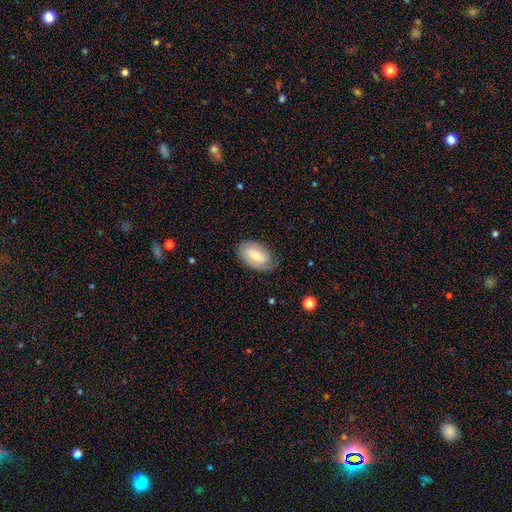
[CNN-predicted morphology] smooth-or-featured: featured or disk: 58% | smooth: 36% | star or artifact: 6%
  disk-edge-on: no: 94% | yes: 6%
    bar: weak: 45% | strong: 31% | no: 24%
    has-spiral-arms: yes: 83% | no: 17%
    bulge-size: small: 51% | moderate: 39% | none: 5% | large: 4% | dominant: 1%
  merging: none: 74% | minor disturbance: 19% | major disturbance: 6% | merger: 1%